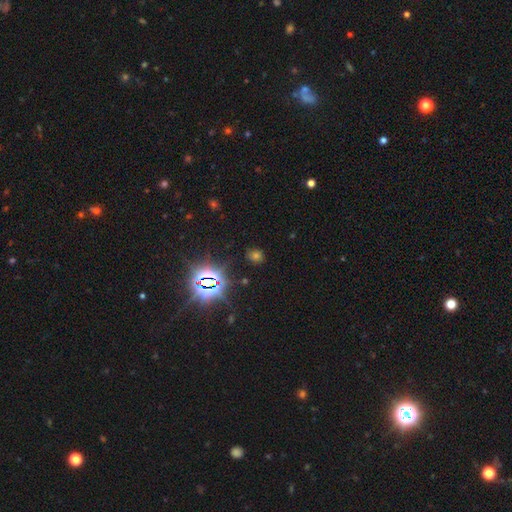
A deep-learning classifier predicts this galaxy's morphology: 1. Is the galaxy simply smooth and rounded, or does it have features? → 52% star or artifact, 40% smooth, 8% featured or disk.